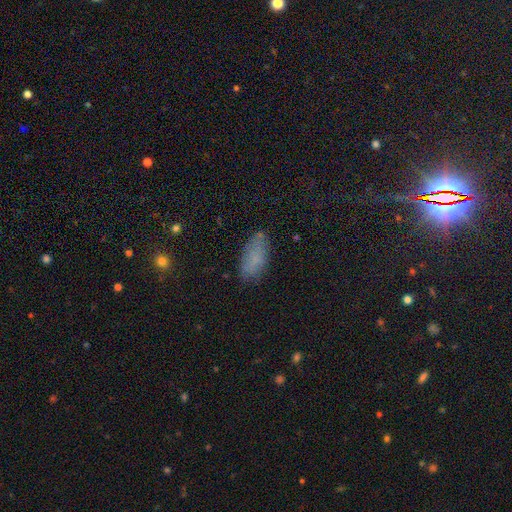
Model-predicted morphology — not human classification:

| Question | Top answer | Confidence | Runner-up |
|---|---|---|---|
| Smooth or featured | smooth | 68% | star or artifact (19%) |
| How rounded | in between | 87% | cigar-shaped (9%) |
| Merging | none | 74% | minor disturbance (18%) |